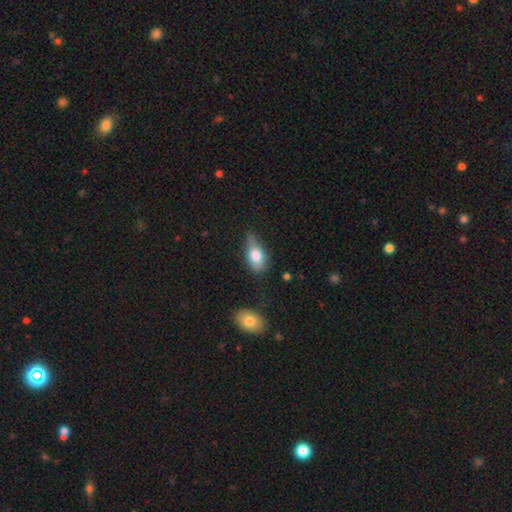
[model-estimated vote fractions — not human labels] Smooth or featured? smooth (74%)
How rounded? in between (85%)
Merging? none (46%)